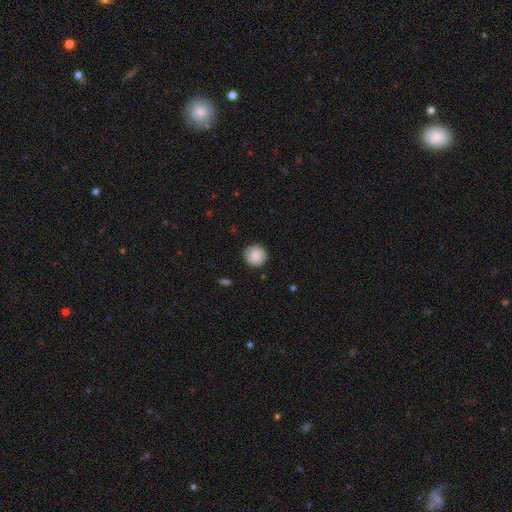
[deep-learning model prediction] Smooth or featured?
  - smooth: 88% *
  - star or artifact: 7%
  - featured or disk: 4%
How rounded?
  - round: 95% *
  - in between: 4%
  - cigar-shaped: 1%
Merging?
  - none: 90% *
  - minor disturbance: 8%
  - major disturbance: 2%
  - merger: 1%